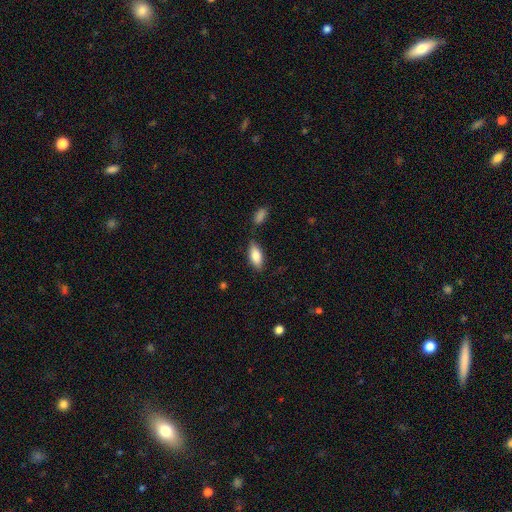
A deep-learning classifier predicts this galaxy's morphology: A smooth galaxy with no disk features (81%) that is in between round and cigar-shaped (81%). Merging: none (76%).